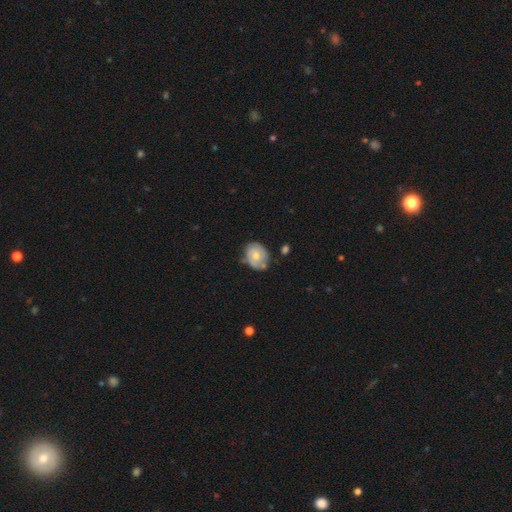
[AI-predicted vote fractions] smooth_or_featured: featured or disk (p=0.52) [alt: smooth p=0.41]
disk_edge_on: no (p=0.97) [alt: yes p=0.03]
bar: no (p=0.73) [alt: weak p=0.24]
has_spiral_arms: yes (p=0.74) [alt: no p=0.26]
bulge_size: moderate (p=0.51) [alt: small p=0.44]
merging: none (p=0.60) [alt: minor disturbance p=0.27]